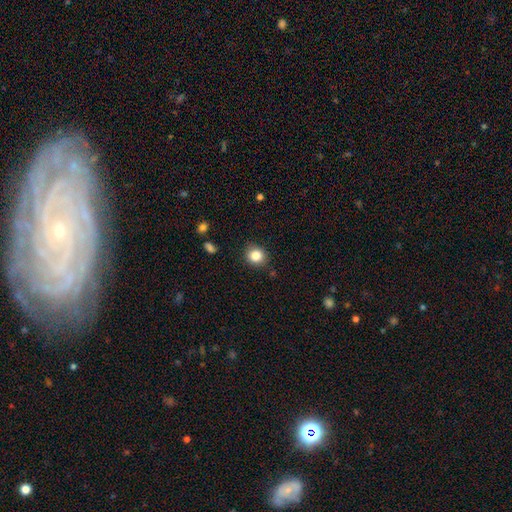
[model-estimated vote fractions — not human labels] A smooth galaxy with no disk features (84%) that is round (81%). Merging: none (87%).